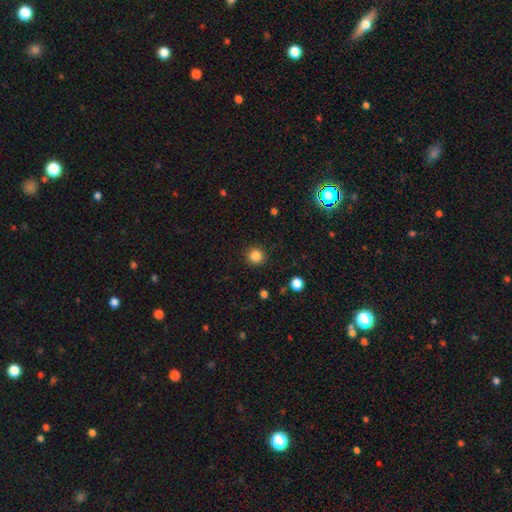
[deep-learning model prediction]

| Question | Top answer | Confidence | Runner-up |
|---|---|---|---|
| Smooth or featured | smooth | 84% | star or artifact (12%) |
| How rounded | round | 93% | in between (6%) |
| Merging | none | 91% | minor disturbance (6%) |